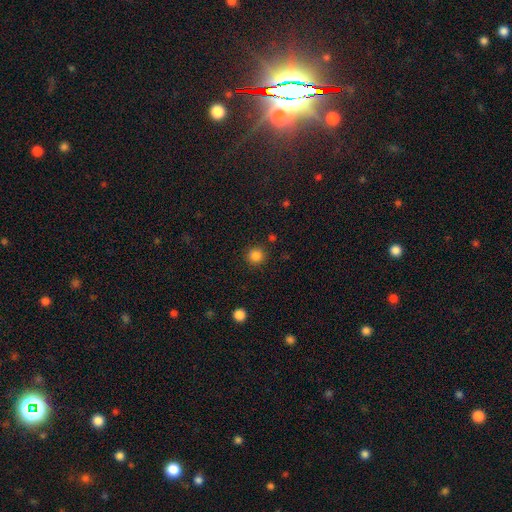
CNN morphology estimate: Smooth or featured? Predicted: smooth (p=0.84). How rounded? Predicted: round (p=0.93). Merging? Predicted: none (p=0.88).